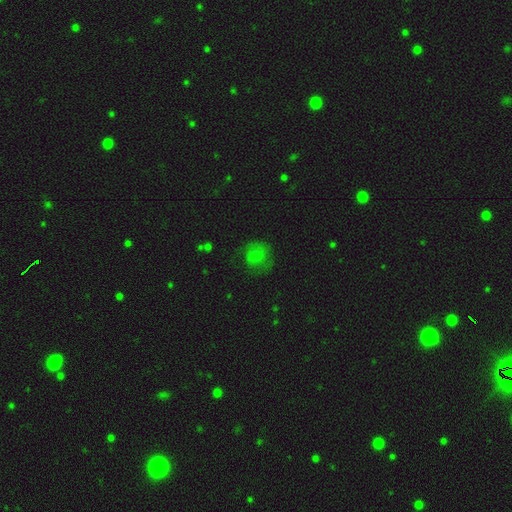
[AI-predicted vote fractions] Smooth or featured? smooth (62%)
How rounded? round (82%)
Merging? none (68%)